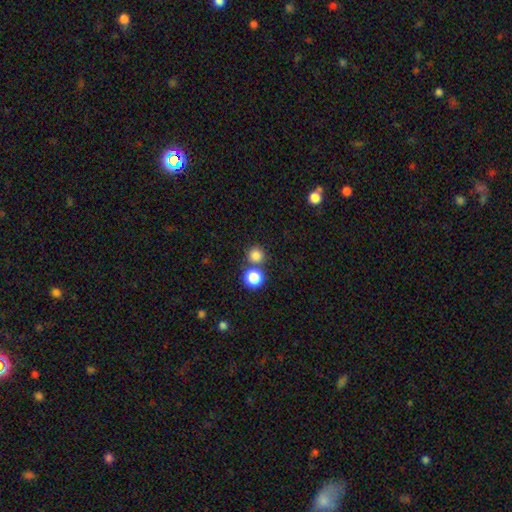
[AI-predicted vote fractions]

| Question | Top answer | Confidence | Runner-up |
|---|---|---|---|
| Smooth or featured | smooth | 81% | star or artifact (13%) |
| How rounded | round | 93% | in between (6%) |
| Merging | none | 69% | merger (23%) |